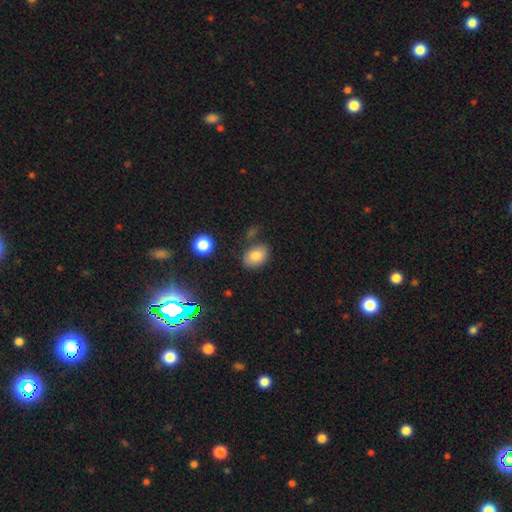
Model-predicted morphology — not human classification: smooth-or-featured: smooth: 80% | featured or disk: 10% | star or artifact: 10%
  how-rounded: in between: 75% | round: 23% | cigar-shaped: 1%
  merging: none: 74% | minor disturbance: 16% | merger: 6% | major disturbance: 5%